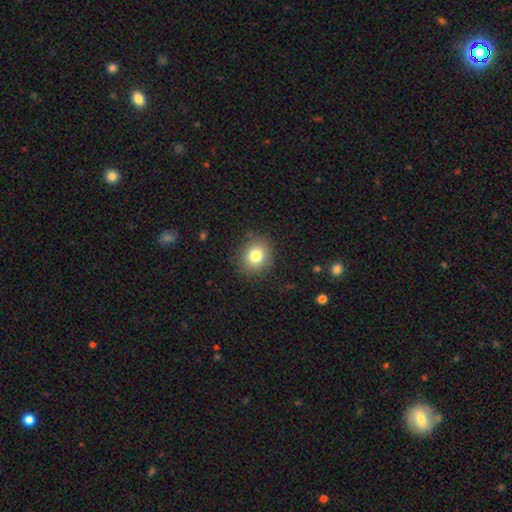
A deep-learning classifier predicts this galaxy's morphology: This is clearly a smooth galaxy (80%). How rounded: likely round (74%). Merging: clearly none (87%).